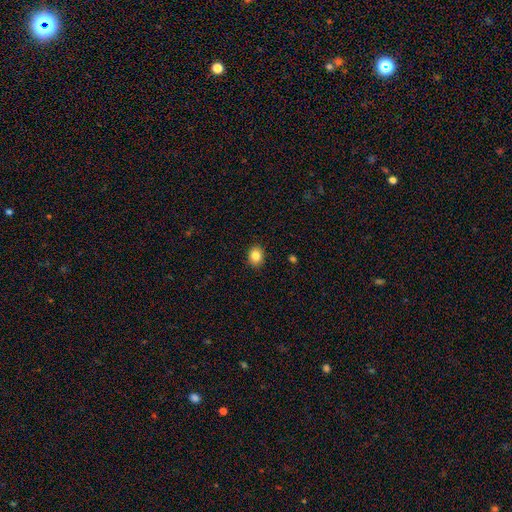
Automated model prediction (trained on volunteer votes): Smooth or featured?
  - smooth: 85% *
  - star or artifact: 9%
  - featured or disk: 6%
How rounded?
  - round: 54% *
  - in between: 45%
  - cigar-shaped: 1%
Merging?
  - none: 90% *
  - minor disturbance: 7%
  - major disturbance: 2%
  - merger: 1%